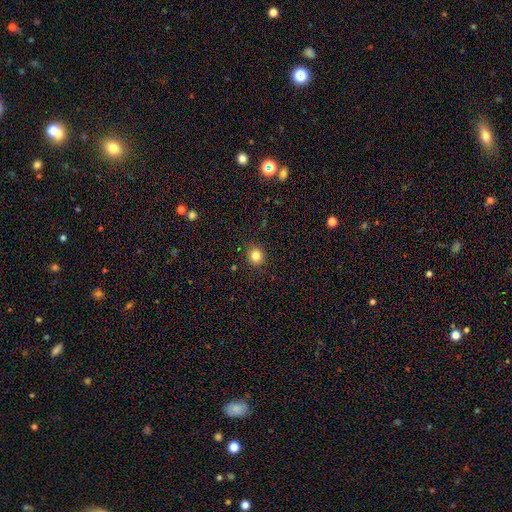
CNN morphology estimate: Q: Smooth or featured?
A: smooth (83%); runner-up: star or artifact (12%)
Q: How rounded?
A: round (87%); runner-up: in between (12%)
Q: Merging?
A: none (90%); runner-up: minor disturbance (7%)